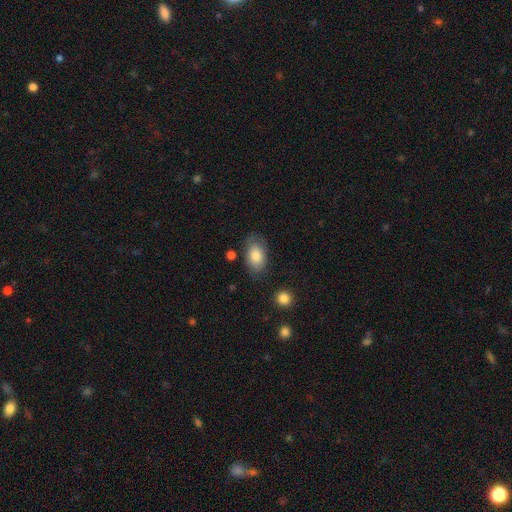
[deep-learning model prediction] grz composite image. It shows a smooth galaxy with no disk features (80%) that is in between round and cigar-shaped (91%). Merging: none (73%).